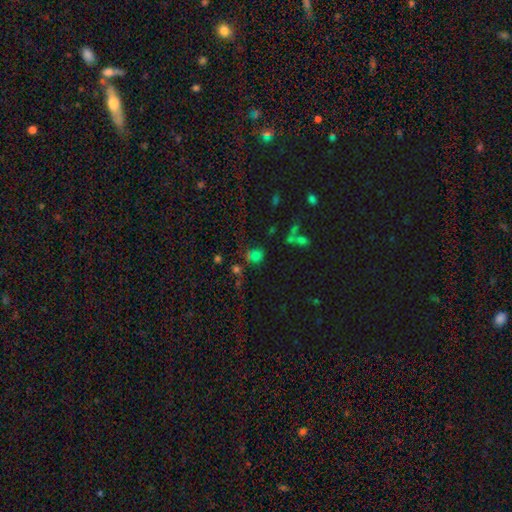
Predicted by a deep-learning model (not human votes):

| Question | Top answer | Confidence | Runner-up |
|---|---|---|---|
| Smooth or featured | smooth | 57% | star or artifact (33%) |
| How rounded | round | 69% | in between (29%) |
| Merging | none | 57% | merger (18%) |